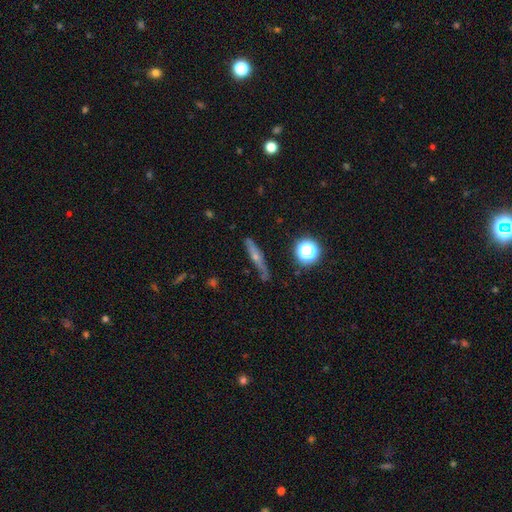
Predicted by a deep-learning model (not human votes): This is possibly a featured or disk galaxy (48%). Merging: likely none (79%).